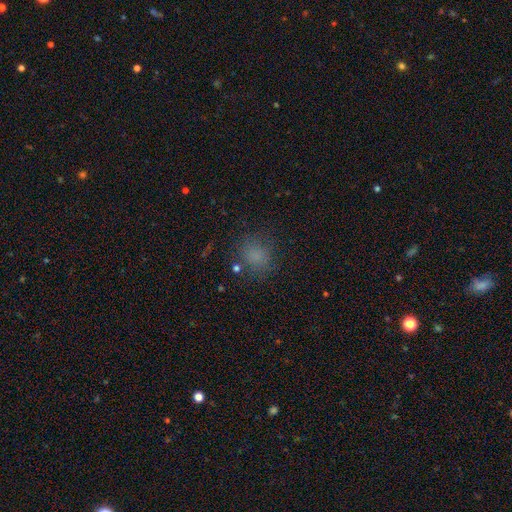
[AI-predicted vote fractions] smooth-or-featured: smooth: 75% | star or artifact: 17% | featured or disk: 7%
  how-rounded: round: 78% | in between: 21% | cigar-shaped: 1%
  merging: none: 76% | minor disturbance: 14% | major disturbance: 7% | merger: 3%